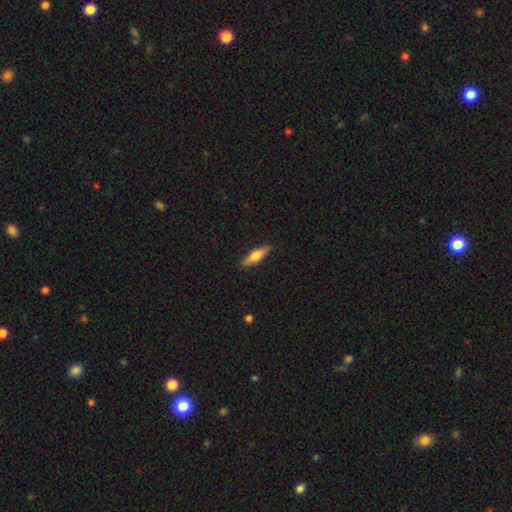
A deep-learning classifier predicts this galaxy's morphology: smooth-or-featured: smooth: 51% | featured or disk: 43% | star or artifact: 6%
  how-rounded: cigar-shaped: 58% | in between: 39% | round: 3%
  merging: none: 89% | minor disturbance: 8% | major disturbance: 2% | merger: 1%